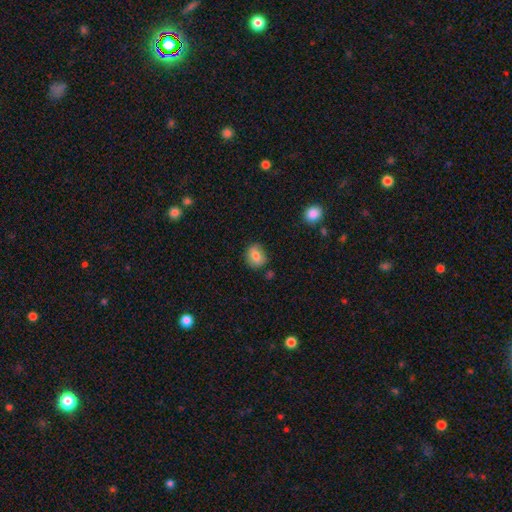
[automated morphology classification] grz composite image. It shows a smooth galaxy with no disk features (78%) that is round (63%). Merging: none (74%).